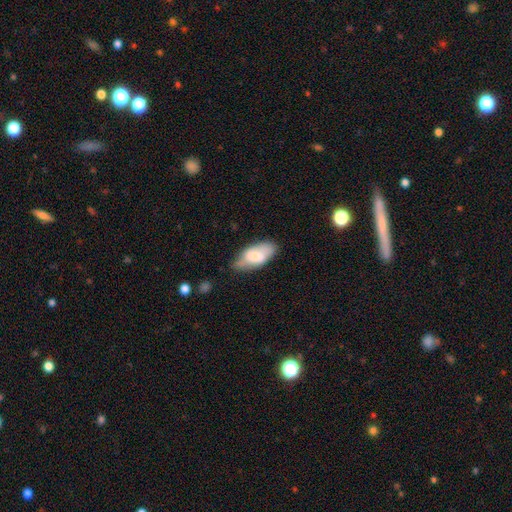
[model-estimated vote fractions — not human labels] Smooth or featured: smooth — 69% (featured or disk — 25%)
How rounded: in between — 91% (cigar-shaped — 6%)
Merging: none — 60% (minor disturbance — 30%)